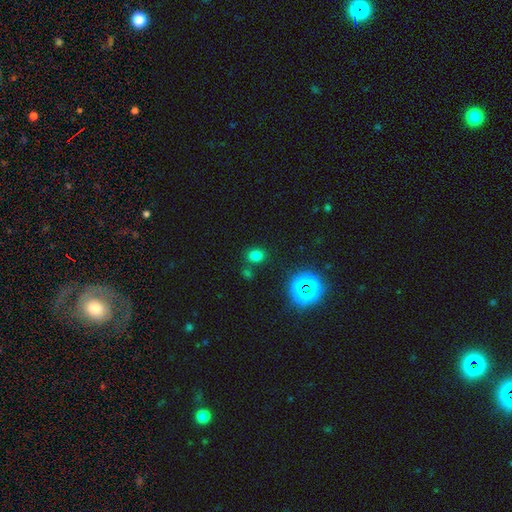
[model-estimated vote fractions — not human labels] This appears to be a smooth galaxy with no disk features (72%) that is round (57%). Merging: none (79%).